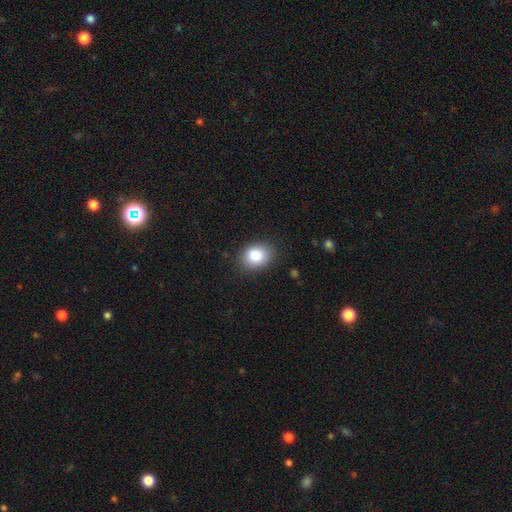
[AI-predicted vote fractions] The model was most divided on "how rounded": in between: 59%, round: 40%, cigar-shaped: 1%. More confident: smooth or featured — smooth (86%); merging — none (85%).